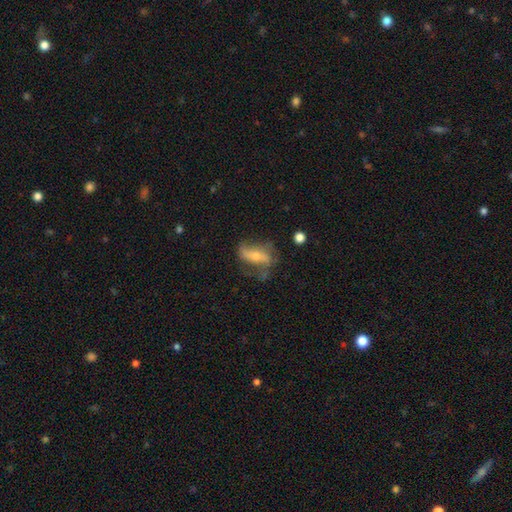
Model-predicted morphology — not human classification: smooth-or-featured: featured or disk: 64% | smooth: 27% | star or artifact: 8%
  disk-edge-on: no: 86% | yes: 14%
    bar: strong: 37% | no: 34% | weak: 28%
    has-spiral-arms: yes: 79% | no: 21%
    bulge-size: small: 49% | moderate: 42% | none: 4% | large: 4% | dominant: 1%
  merging: none: 53% | minor disturbance: 24% | major disturbance: 20% | merger: 3%